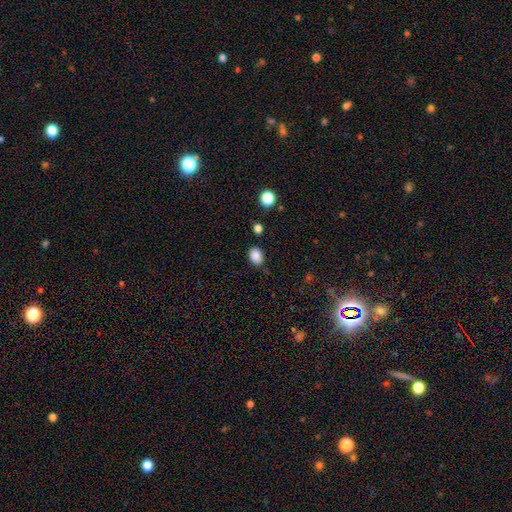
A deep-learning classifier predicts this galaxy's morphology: Smooth or featured? Predicted: smooth (p=0.86). How rounded? Predicted: in between (p=0.69). Merging? Predicted: none (p=0.71).